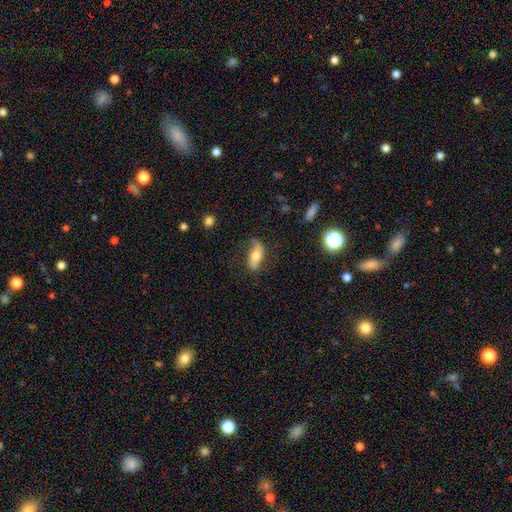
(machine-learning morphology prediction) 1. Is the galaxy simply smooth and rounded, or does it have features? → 47% smooth, 46% featured or disk, 8% star or artifact.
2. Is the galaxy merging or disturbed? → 66% none, 23% minor disturbance, 9% major disturbance, 2% merger.